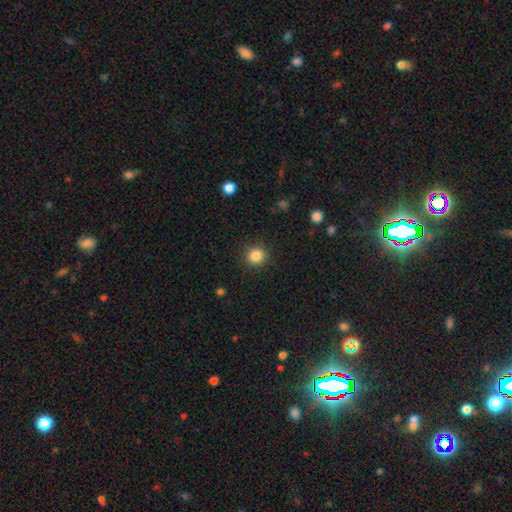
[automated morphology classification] type=smooth (85%); roundness=round (91%); merging=none (90%).